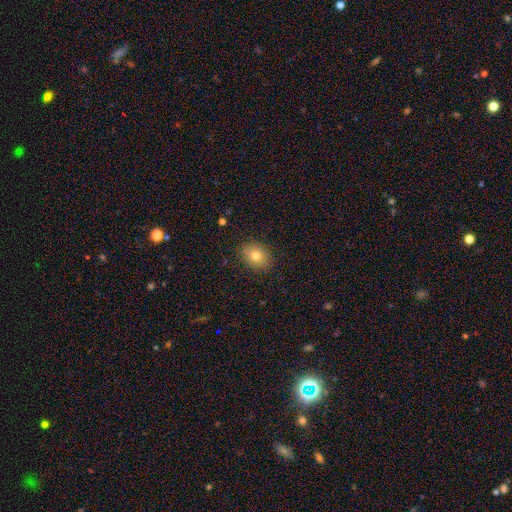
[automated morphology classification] This is likely a smooth galaxy (77%). How rounded: possibly in between (55%). Merging: clearly none (87%).